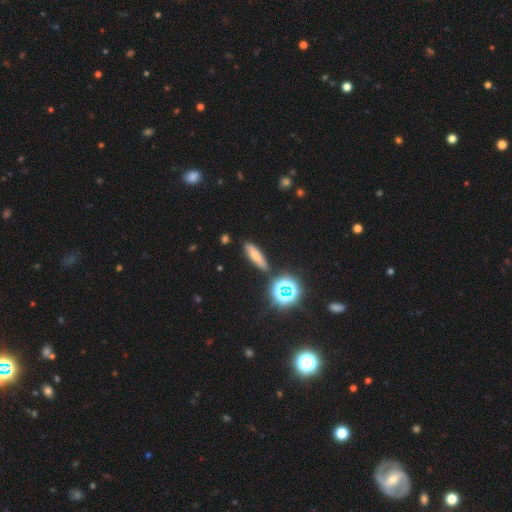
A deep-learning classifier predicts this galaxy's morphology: Smooth or featured?
  - smooth: 62% *
  - star or artifact: 21%
  - featured or disk: 17%
How rounded?
  - cigar-shaped: 59% *
  - in between: 33%
  - round: 8%
Merging?
  - none: 85% *
  - minor disturbance: 9%
  - merger: 4%
  - major disturbance: 3%